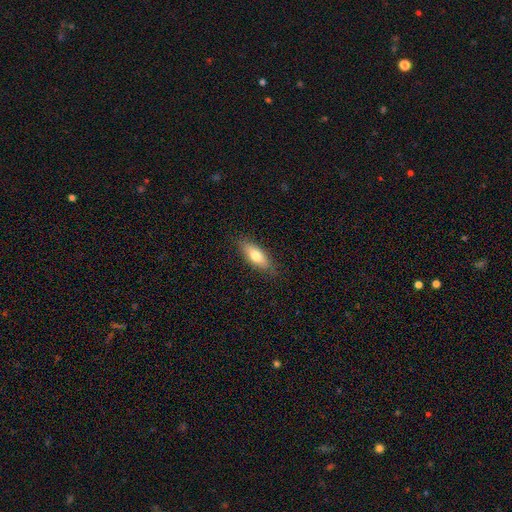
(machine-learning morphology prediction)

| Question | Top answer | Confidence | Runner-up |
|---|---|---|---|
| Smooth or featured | smooth | 73% | featured or disk (20%) |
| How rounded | in between | 72% | cigar-shaped (25%) |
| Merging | none | 84% | minor disturbance (13%) |